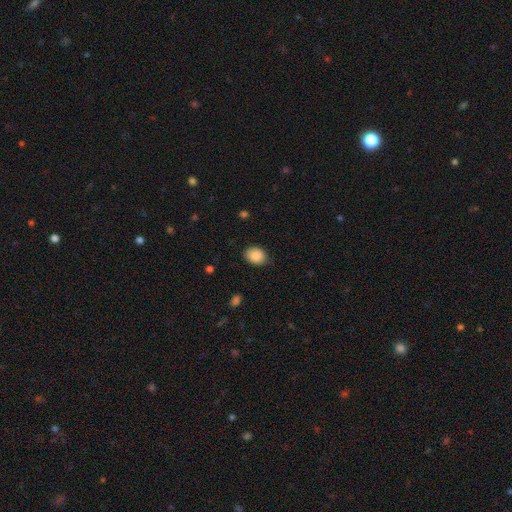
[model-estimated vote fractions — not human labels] Smooth or featured?
  - smooth: 88% *
  - star or artifact: 8%
  - featured or disk: 4%
How rounded?
  - in between: 55% *
  - round: 44%
  - cigar-shaped: 1%
Merging?
  - none: 83% *
  - minor disturbance: 13%
  - major disturbance: 3%
  - merger: 1%